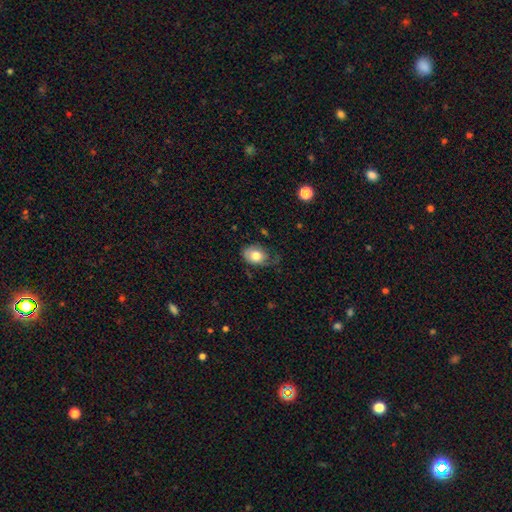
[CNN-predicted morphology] A smooth galaxy with no disk features (75%) that is in between round and cigar-shaped (75%). Merging: none (49%).